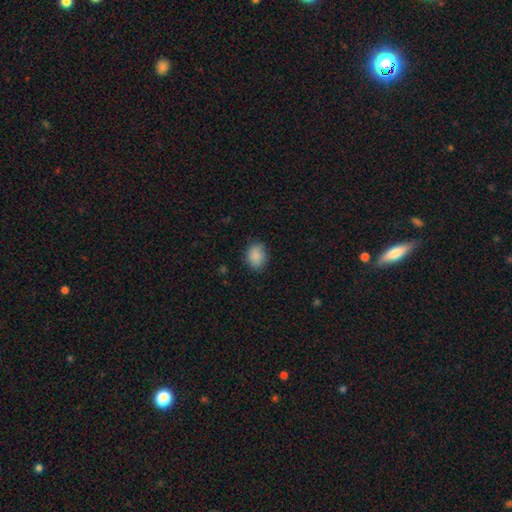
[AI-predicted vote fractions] A smooth galaxy with no disk features (88%) that is in between round and cigar-shaped (52%). Merging: none (81%).